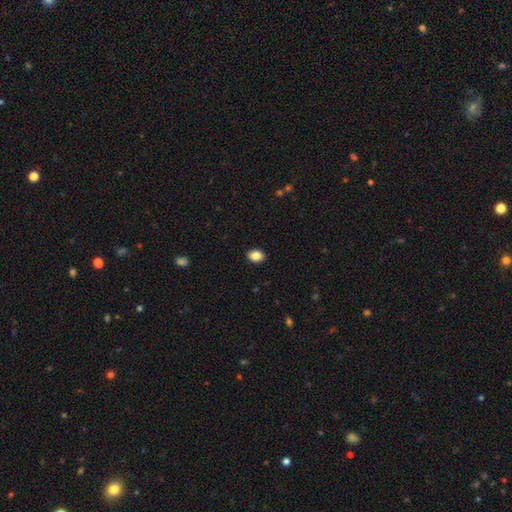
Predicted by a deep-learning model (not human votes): Smooth or featured? Predicted: smooth (p=0.86). How rounded? Predicted: in between (p=0.75). Merging? Predicted: none (p=0.90).